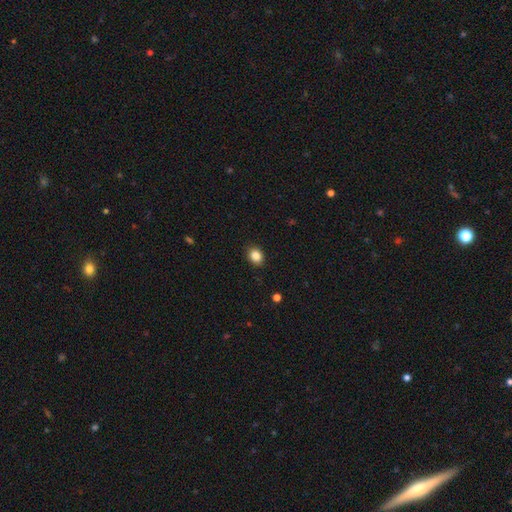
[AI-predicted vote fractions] smooth 86%, star or artifact 10%, featured or disk 4%. Down the decision tree: how rounded — in between (52%); merging — none (88%).